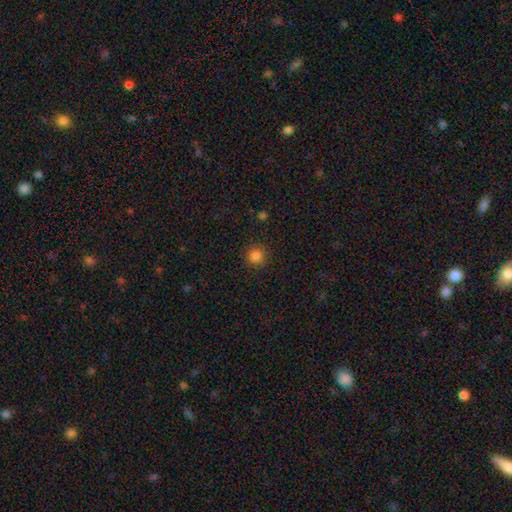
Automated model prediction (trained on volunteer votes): Smooth or featured? smooth (84%)
How rounded? round (93%)
Merging? none (89%)